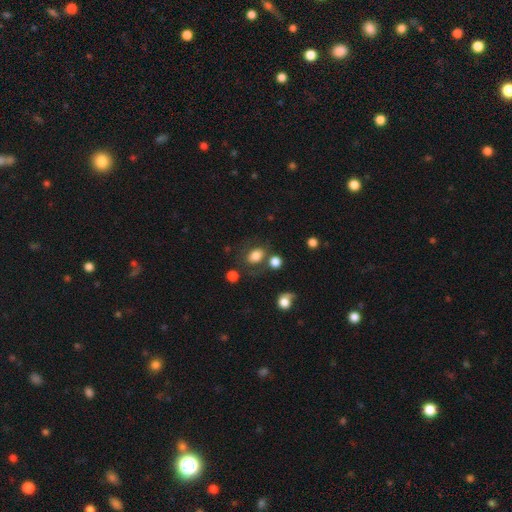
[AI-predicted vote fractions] Smooth or featured? smooth (78%)
How rounded? in between (67%)
Merging? none (64%)